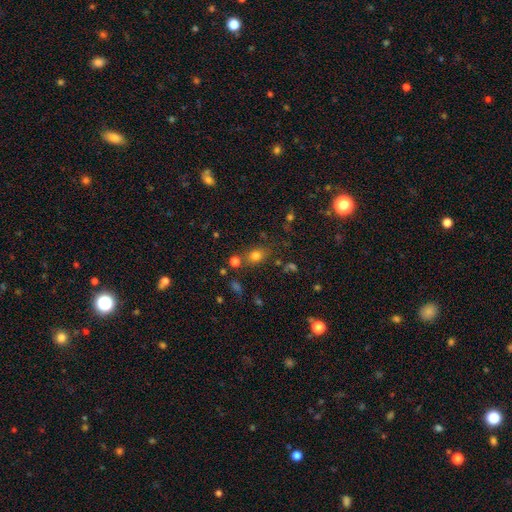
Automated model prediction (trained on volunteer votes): This appears to be a smooth galaxy with no disk features (74%) that is in between round and cigar-shaped (49%, tied with round). Merging: none (70%).